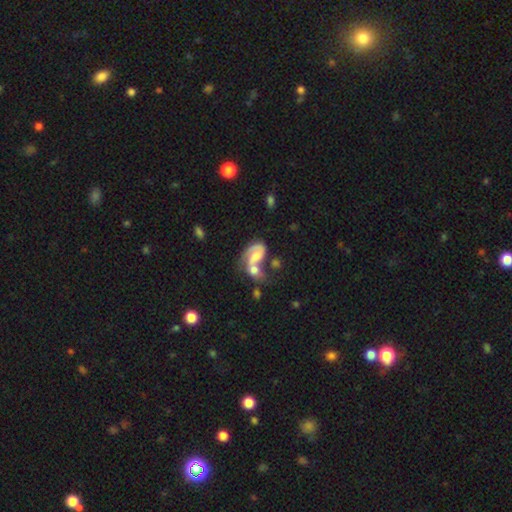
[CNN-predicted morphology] smooth_or_featured: featured or disk (p=0.68) [alt: smooth p=0.25]
disk_edge_on: no (p=0.97) [alt: yes p=0.03]
bar: no (p=0.51) [alt: weak p=0.36]
has_spiral_arms: yes (p=0.84) [alt: no p=0.16]
spiral_winding: medium (p=0.43) [alt: loose p=0.33]
spiral_arm_count: 2 (p=0.54) [alt: 1 p=0.34]
bulge_size: moderate (p=0.42) [alt: small p=0.25]
merging: merger (p=0.67) [alt: none p=0.13]